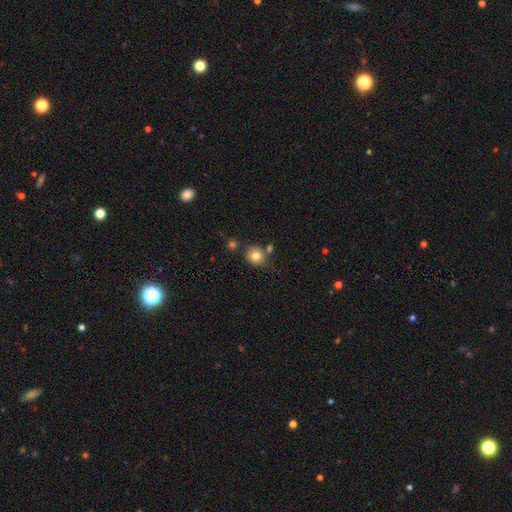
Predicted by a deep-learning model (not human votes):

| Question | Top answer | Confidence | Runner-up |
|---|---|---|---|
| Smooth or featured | smooth | 79% | star or artifact (11%) |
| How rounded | round | 80% | in between (19%) |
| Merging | none | 70% | minor disturbance (14%) |